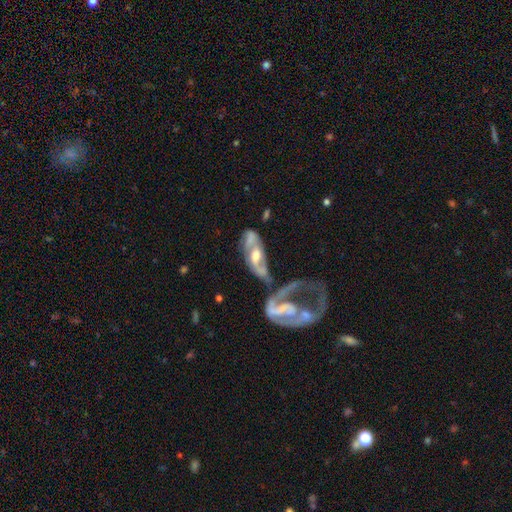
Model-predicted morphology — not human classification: This appears to be a featured or disk galaxy (73%) with no bar (49%), spiral arms (70%) and a moderate central bulge (59%). Merging: merger (38%).